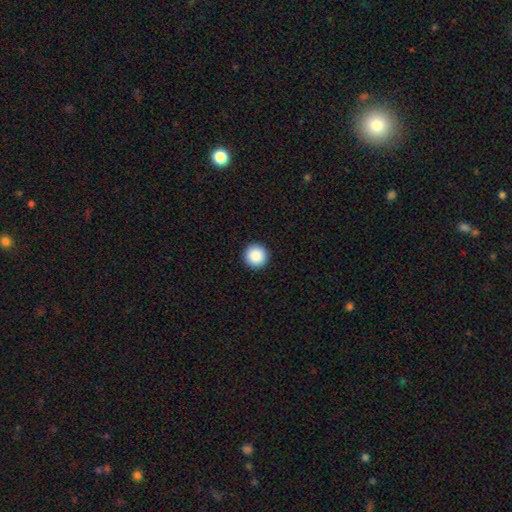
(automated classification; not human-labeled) Smooth or featured?
  - smooth: 88% *
  - star or artifact: 8%
  - featured or disk: 3%
How rounded?
  - round: 97% *
  - in between: 2%
  - cigar-shaped: 1%
Merging?
  - none: 94% *
  - minor disturbance: 4%
  - major disturbance: 1%
  - merger: 1%